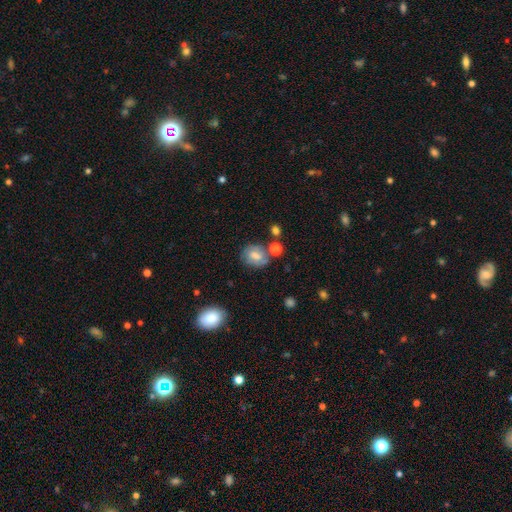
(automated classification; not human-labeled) This is likely a smooth galaxy (62%). How rounded: possibly round (50%). Merging: likely none (62%).